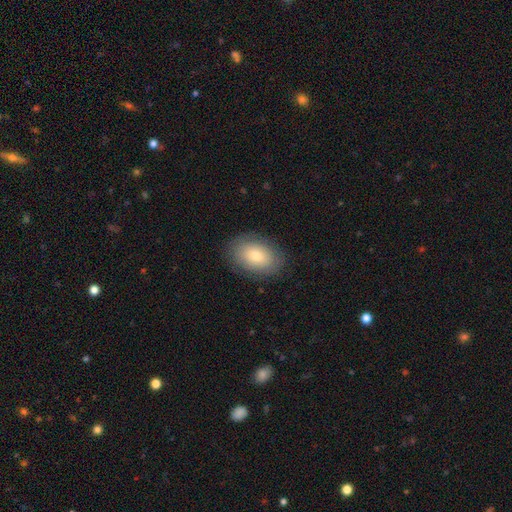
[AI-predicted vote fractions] Smooth or featured? Predicted: smooth (p=0.74). How rounded? Predicted: in between (p=0.85). Merging? Predicted: none (p=0.85).